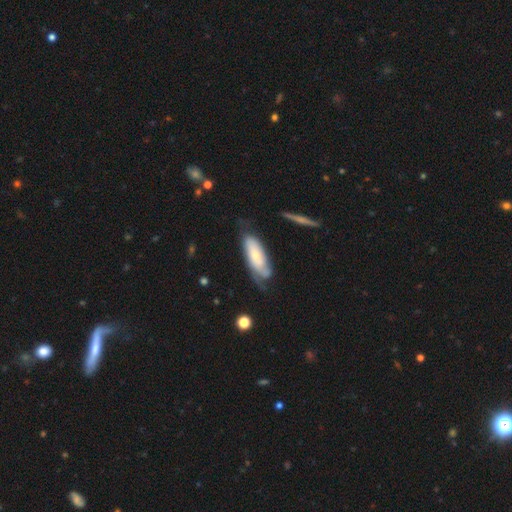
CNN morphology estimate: Smooth or featured? smooth (47%, tied with featured or disk)
Merging? none (47%)